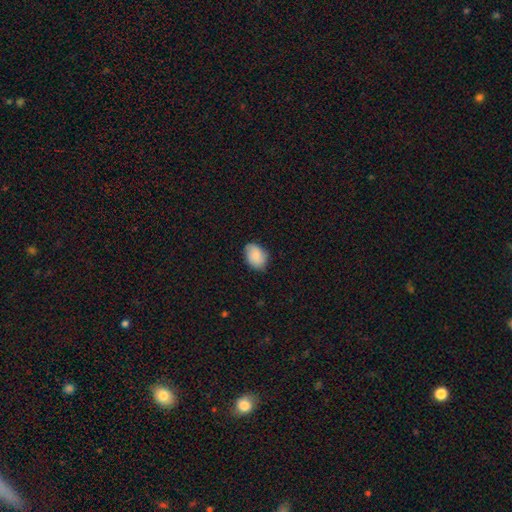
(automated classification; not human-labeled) Smooth or featured?
  - smooth: 81% *
  - featured or disk: 12%
  - star or artifact: 7%
How rounded?
  - in between: 78% *
  - round: 21%
  - cigar-shaped: 1%
Merging?
  - none: 78% *
  - minor disturbance: 18%
  - major disturbance: 3%
  - merger: 1%